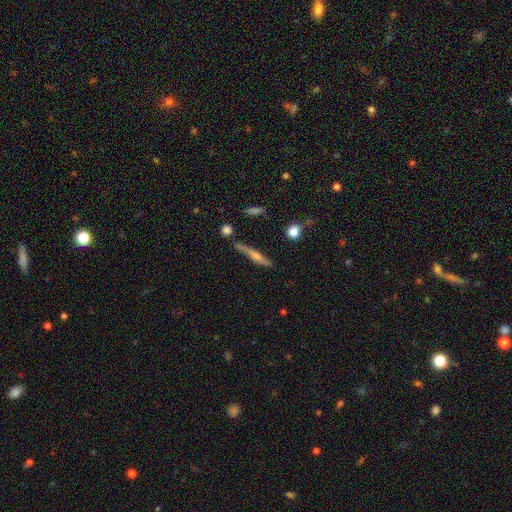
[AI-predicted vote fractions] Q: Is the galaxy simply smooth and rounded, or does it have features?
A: featured or disk — 58%.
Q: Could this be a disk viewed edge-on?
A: yes — 91%.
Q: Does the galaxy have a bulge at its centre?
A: rounded — 68%.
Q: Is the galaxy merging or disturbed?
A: none — 73%.